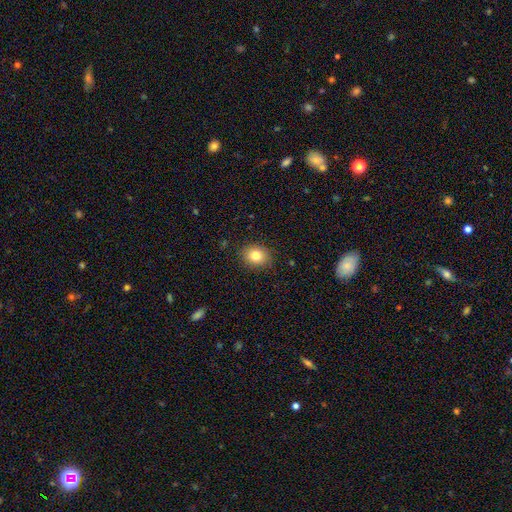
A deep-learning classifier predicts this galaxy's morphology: type=smooth (82%); roundness=round (58%); merging=none (87%).